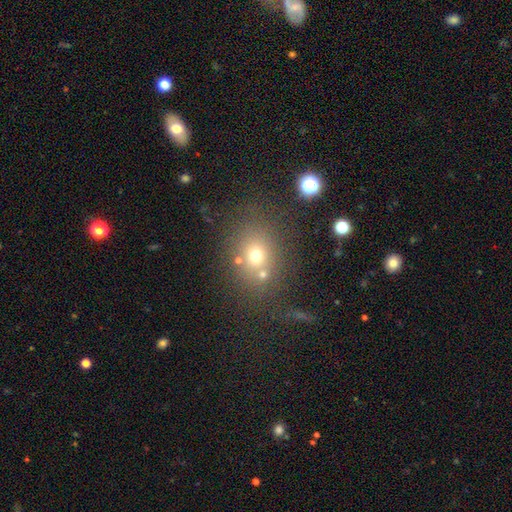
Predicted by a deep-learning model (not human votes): smooth 65%, star or artifact 20%, featured or disk 15%. Down the decision tree: how rounded — round (60%); merging — none (67%).